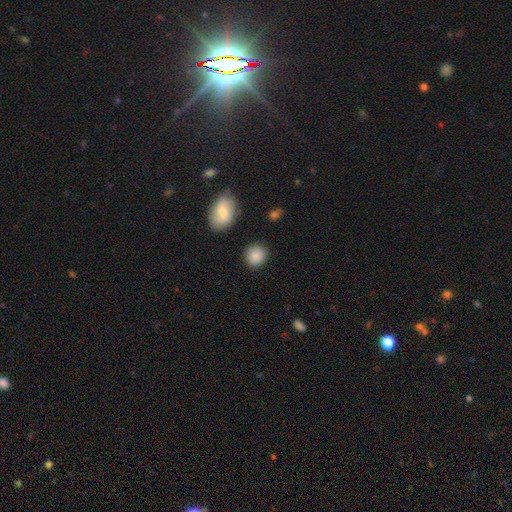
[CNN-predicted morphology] Overall: smooth (88%). How rounded: round (77%). Merging: none (86%).